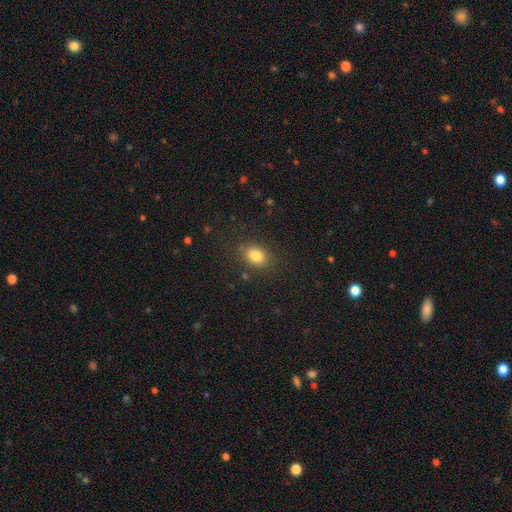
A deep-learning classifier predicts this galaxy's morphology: type=smooth (83%); roundness=in between (69%); merging=none (81%).